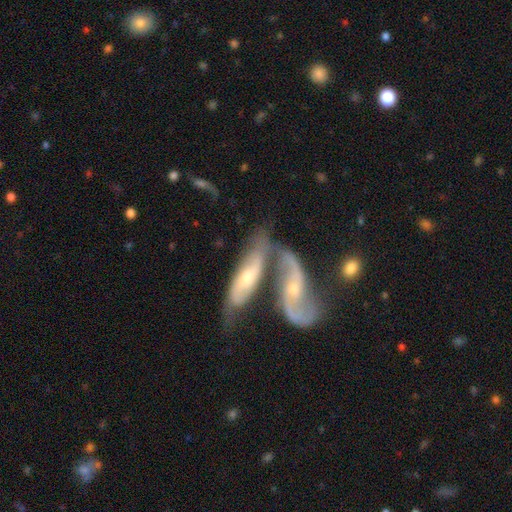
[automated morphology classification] The model was most divided on "bar": no: 44%, weak: 34%, strong: 22%. Remaining: spiral arms — yes (79%); smooth or featured — featured or disk (77%); edge-on disk — no (74%); merging — merger (48%); bulge size — small (47%).